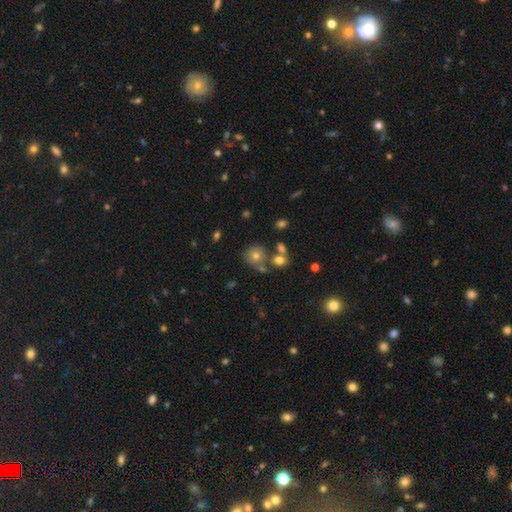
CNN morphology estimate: This is likely a smooth galaxy (72%). How rounded: clearly round (88%). Merging: likely none (64%).